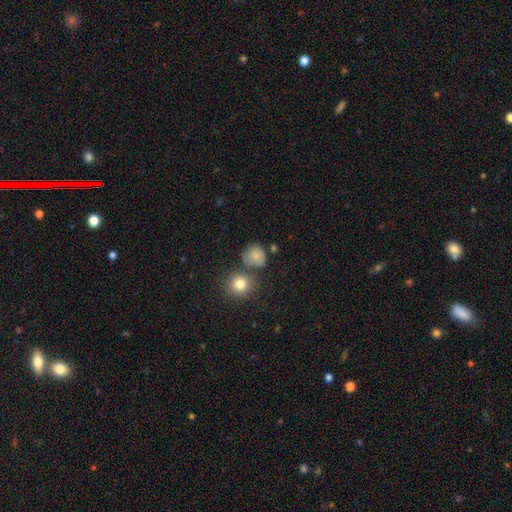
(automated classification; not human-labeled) Smooth or featured: smooth — 77% (featured or disk — 12%)
How rounded: round — 76% (in between — 23%)
Merging: none — 61% (minor disturbance — 19%)